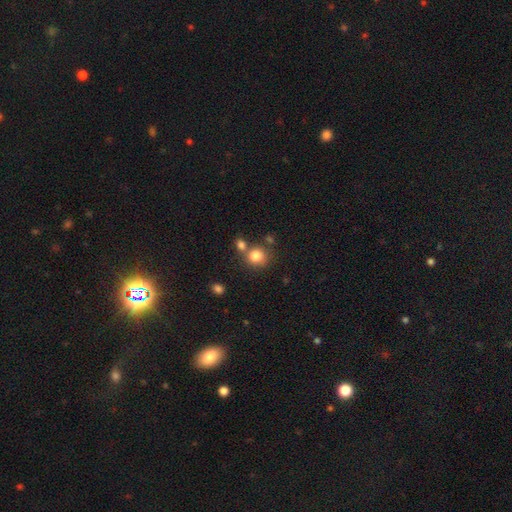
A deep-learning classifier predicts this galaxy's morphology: type=smooth (82%); roundness=round (84%); merging=none (58%).